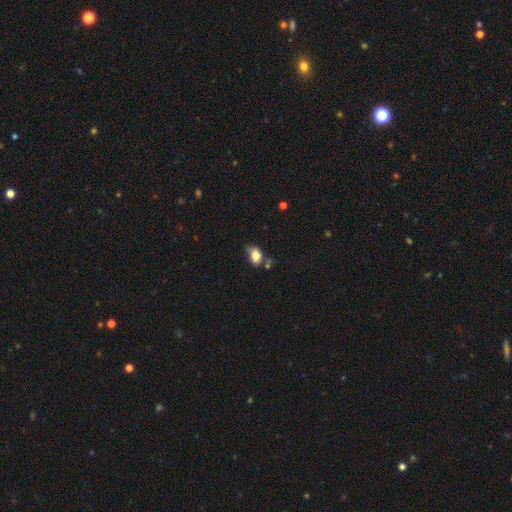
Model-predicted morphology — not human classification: The model was most divided on "merging": none: 53%, minor disturbance: 28%, merger: 11%, major disturbance: 8%. More confident: smooth or featured — smooth (80%); how rounded — in between (77%).